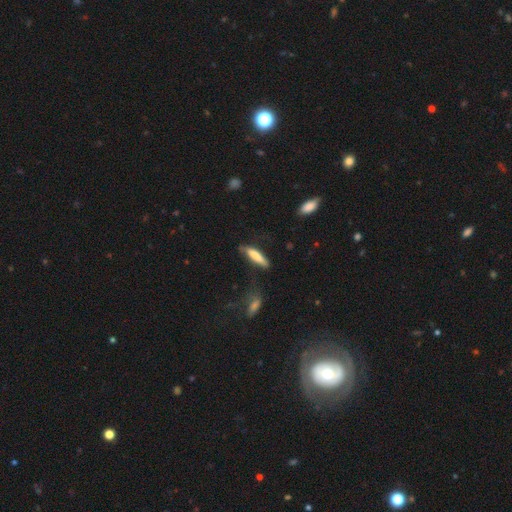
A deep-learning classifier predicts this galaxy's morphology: Q: Smooth or featured?
A: smooth (75%); runner-up: featured or disk (19%)
Q: How rounded?
A: cigar-shaped (79%); runner-up: in between (20%)
Q: Merging?
A: none (64%); runner-up: minor disturbance (23%)